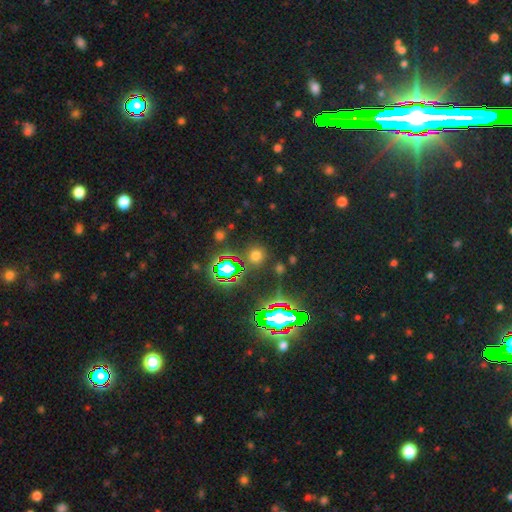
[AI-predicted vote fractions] Smooth or featured: smooth — 52% (star or artifact — 42%)
How rounded: round — 88% (in between — 11%)
Merging: none — 84% (minor disturbance — 8%)